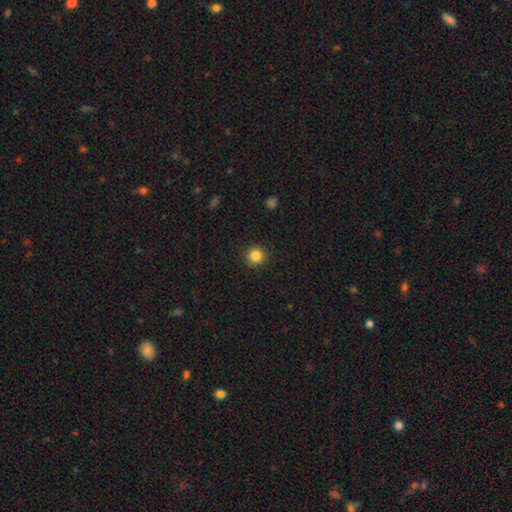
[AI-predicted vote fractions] Smooth or featured? smooth (85%)
How rounded? round (94%)
Merging? none (91%)